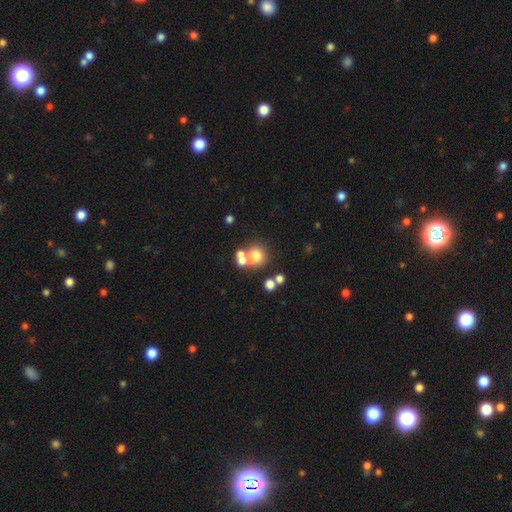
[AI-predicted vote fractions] Morphology: type=smooth (54%); roundness=round (79%); merging=merger (50%).